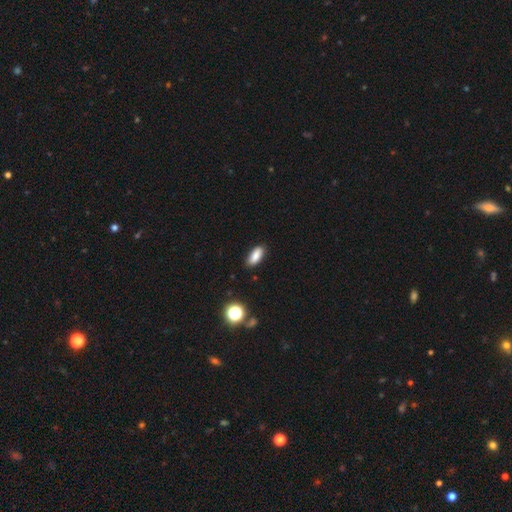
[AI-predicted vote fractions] smooth 85%, star or artifact 9%, featured or disk 6%. Down the decision tree: how rounded — in between (80%); merging — none (86%).